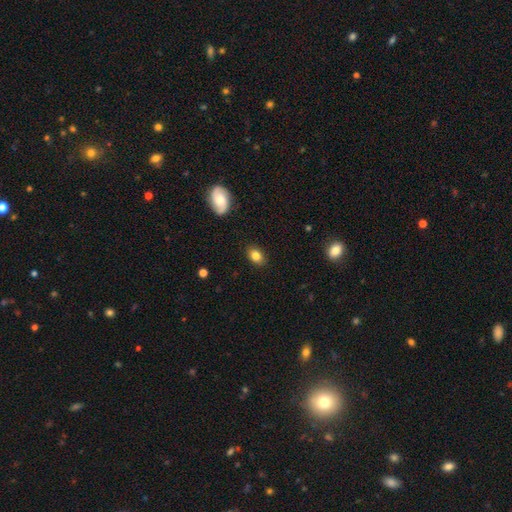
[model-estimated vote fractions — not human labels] smooth-or-featured: smooth: 83% | star or artifact: 9% | featured or disk: 8%
  how-rounded: in between: 81% | round: 17% | cigar-shaped: 1%
  merging: none: 87% | minor disturbance: 10% | major disturbance: 2% | merger: 1%